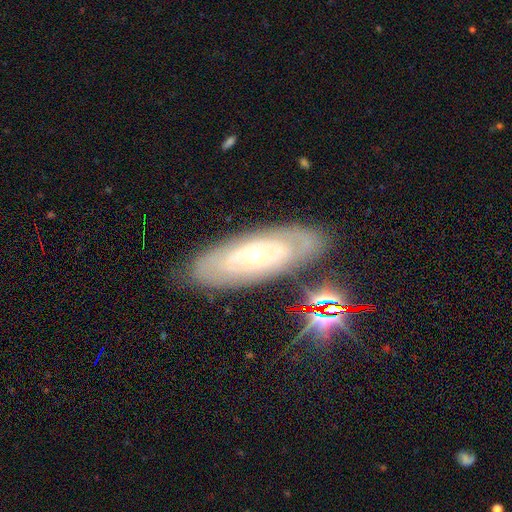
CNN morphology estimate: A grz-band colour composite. It shows a featured or disk galaxy (75%) with no bar (82%), spiral arms (66%) and a small central bulge (65%). Merging: none (82%).